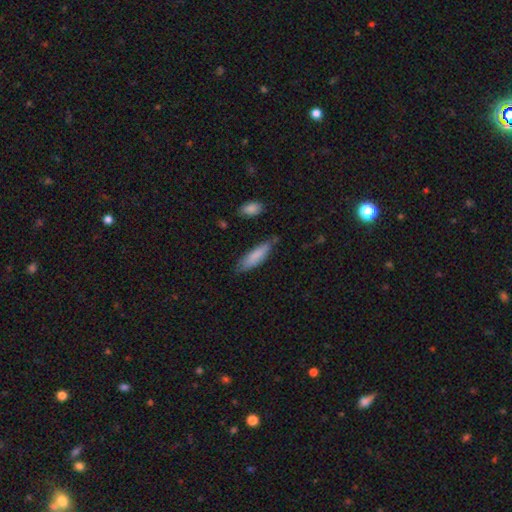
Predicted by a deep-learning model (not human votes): smooth-or-featured: smooth: 82% | featured or disk: 12% | star or artifact: 6%
  how-rounded: cigar-shaped: 62% | in between: 36% | round: 1%
  merging: none: 70% | minor disturbance: 22% | major disturbance: 4% | merger: 3%